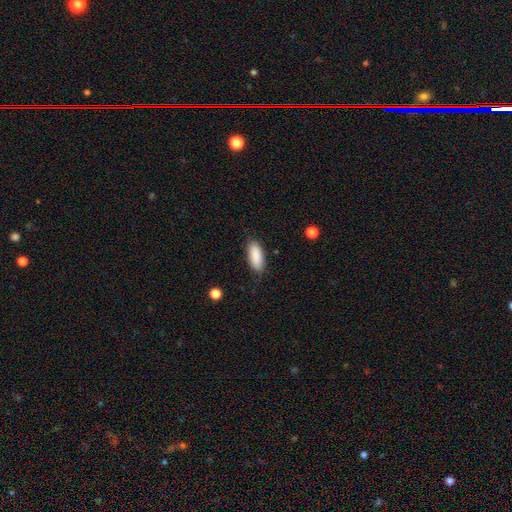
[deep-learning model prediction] smooth_or_featured: smooth (p=0.89) [alt: star or artifact p=0.06]
how_rounded: in between (p=0.81) [alt: cigar-shaped p=0.18]
merging: none (p=0.82) [alt: minor disturbance p=0.14]